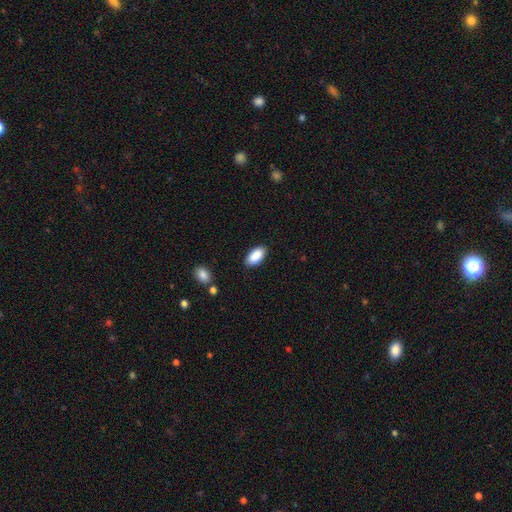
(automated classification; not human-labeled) A smooth galaxy with no disk features (89%) that is in between round and cigar-shaped (93%).

Vote fractions:
- Smooth or featured? smooth: 89% / star or artifact: 7% / featured or disk: 4%
- How rounded? in between: 93% / cigar-shaped: 5% / round: 2%
- Merging? none: 85% / minor disturbance: 11% / major disturbance: 2% / merger: 1%